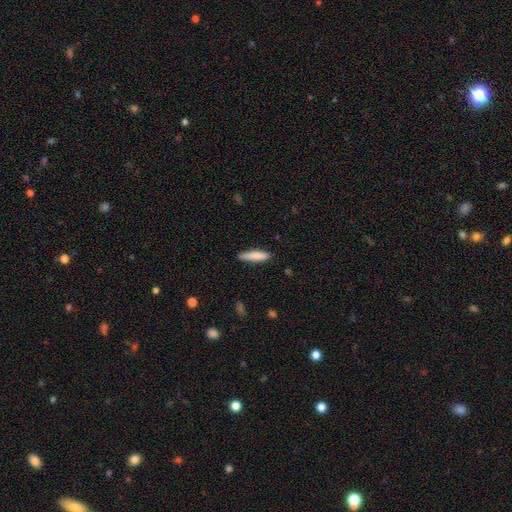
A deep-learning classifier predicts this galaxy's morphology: Smooth or featured: smooth — 82% (featured or disk — 12%)
How rounded: cigar-shaped — 80% (in between — 19%)
Merging: none — 82% (minor disturbance — 15%)